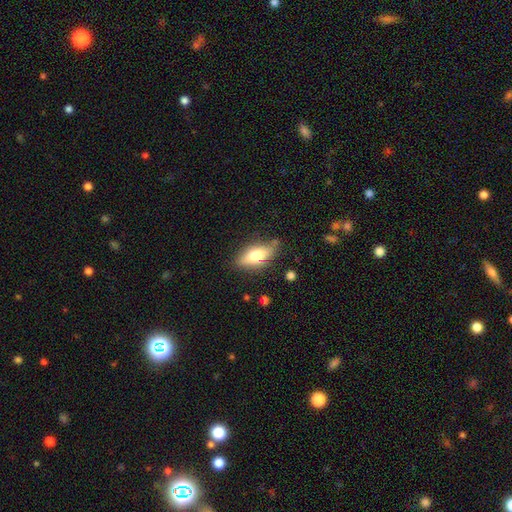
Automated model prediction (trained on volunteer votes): Smooth or featured: smooth — 64% (featured or disk — 29%)
How rounded: in between — 75% (cigar-shaped — 22%)
Merging: none — 78% (minor disturbance — 16%)